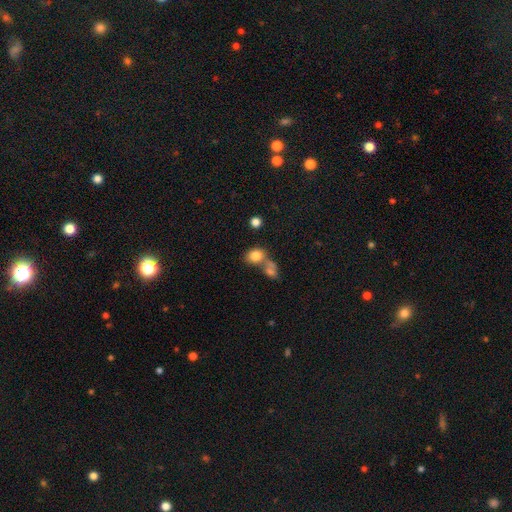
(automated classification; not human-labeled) A smooth galaxy with no disk features (80%) that is round (60%).

Vote fractions:
- Smooth or featured? smooth: 80% / star or artifact: 10% / featured or disk: 10%
- How rounded? round: 60% / in between: 39% / cigar-shaped: 1%
- Merging? none: 44% / merger: 38% / minor disturbance: 11% / major disturbance: 6%